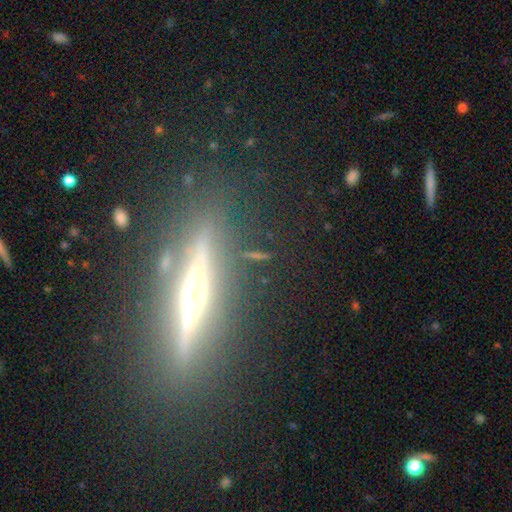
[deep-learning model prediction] A featured or disk galaxy (78%) viewed edge-on (96%) with a rounded central bulge (75%).

Vote fractions:
- Smooth or featured? featured or disk: 78% / smooth: 13% / star or artifact: 9%
- Edge-on disk? yes: 96% / no: 4%
- Edge-on bulge? rounded: 75% / none: 15% / boxy: 11%
- Merging? none: 85% / minor disturbance: 9% / major disturbance: 3% / merger: 2%